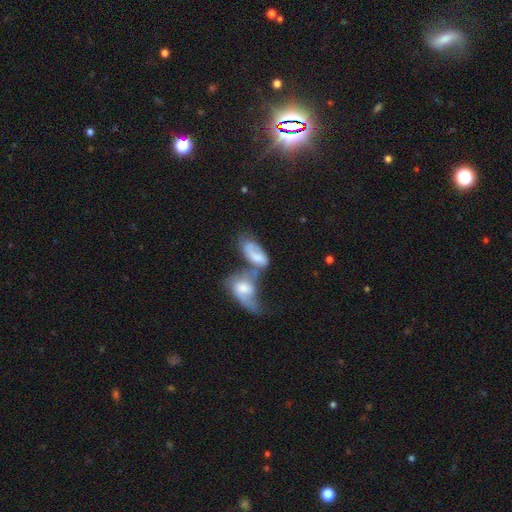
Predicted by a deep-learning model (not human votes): Smooth or featured? Predicted: smooth (p=0.57). How rounded? Predicted: in between (p=0.89). Merging? Predicted: merger (p=0.68).